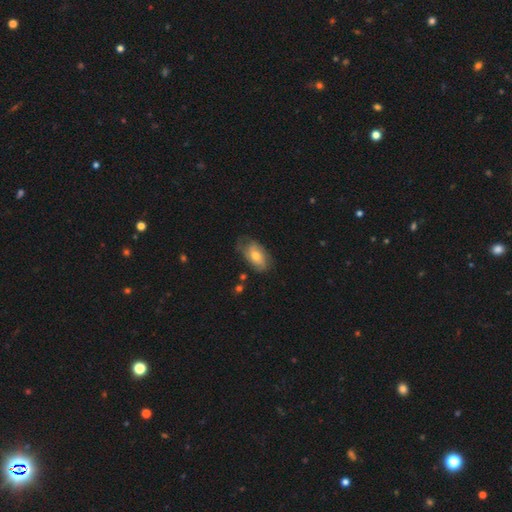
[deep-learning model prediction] The model was most divided on "smooth or featured": smooth: 51%, featured or disk: 41%, star or artifact: 7%. More confident: how rounded — in between (91%); merging — none (62%).